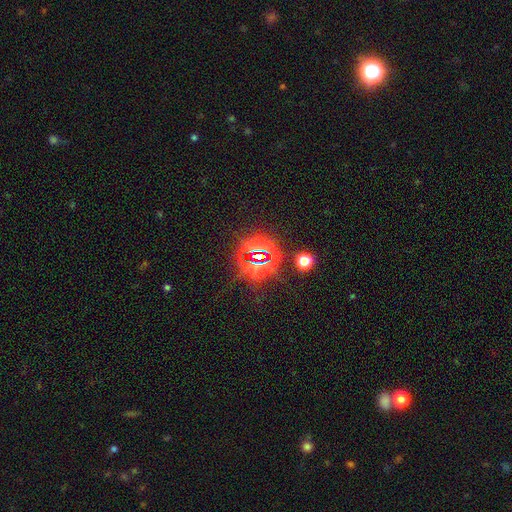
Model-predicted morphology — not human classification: smooth_or_featured: star or artifact (p=0.82) [alt: smooth p=0.10]